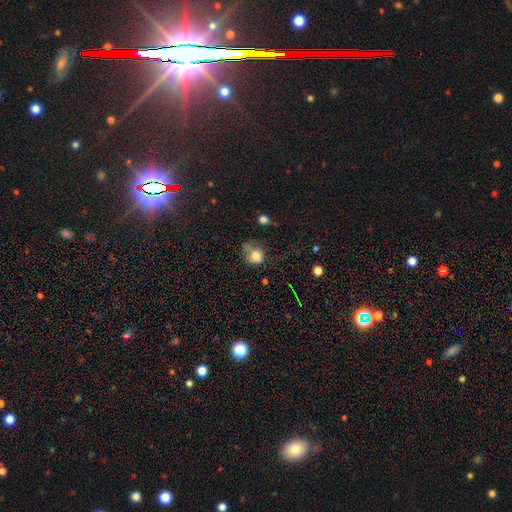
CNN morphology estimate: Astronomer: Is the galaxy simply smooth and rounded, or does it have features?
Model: smooth — 79%.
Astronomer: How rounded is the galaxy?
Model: round — 71%.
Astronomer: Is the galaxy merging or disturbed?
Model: none — 39% (runner-up: minor disturbance, 32%).